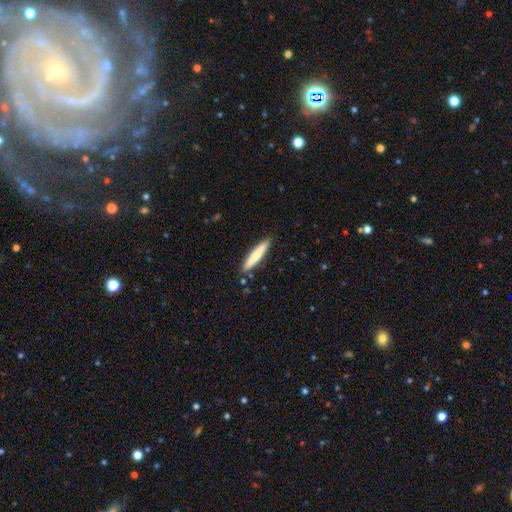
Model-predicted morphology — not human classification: Smooth or featured? Predicted: smooth (p=0.69). How rounded? Predicted: cigar-shaped (p=0.90). Merging? Predicted: none (p=0.88).